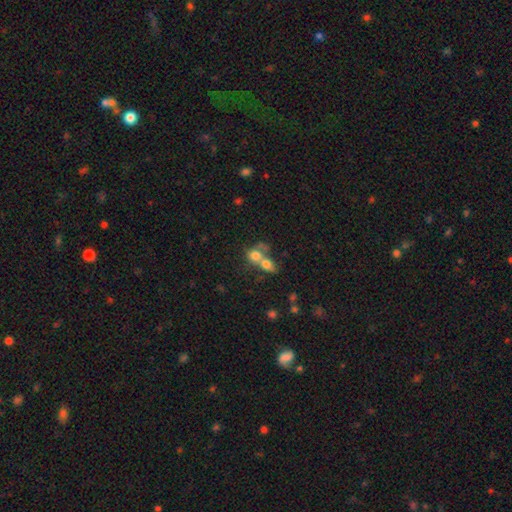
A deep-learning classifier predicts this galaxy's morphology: A smooth galaxy with no disk features (71%) that is round (58%).

Vote fractions:
- Smooth or featured? smooth: 71% / featured or disk: 18% / star or artifact: 12%
- How rounded? round: 58% / in between: 40% / cigar-shaped: 2%
- Merging? merger: 67% / none: 21% / minor disturbance: 7% / major disturbance: 5%